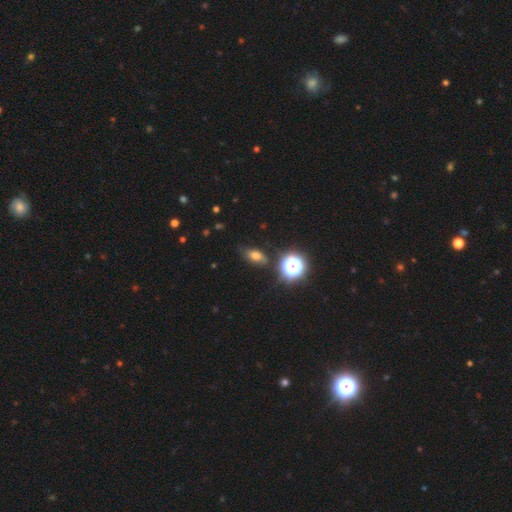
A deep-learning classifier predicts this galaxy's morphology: Q: Smooth or featured?
A: smooth (64%); runner-up: star or artifact (23%)
Q: How rounded?
A: in between (77%); runner-up: round (17%)
Q: Merging?
A: none (75%); runner-up: minor disturbance (17%)